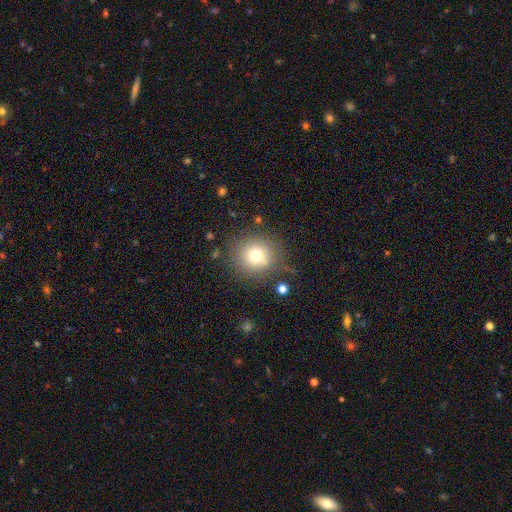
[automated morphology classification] A smooth galaxy with no disk features (72%) that is round (91%).

Vote fractions:
- Smooth or featured? smooth: 72% / star or artifact: 15% / featured or disk: 13%
- How rounded? round: 91% / in between: 8% / cigar-shaped: 1%
- Merging? none: 76% / minor disturbance: 13% / major disturbance: 6% / merger: 5%